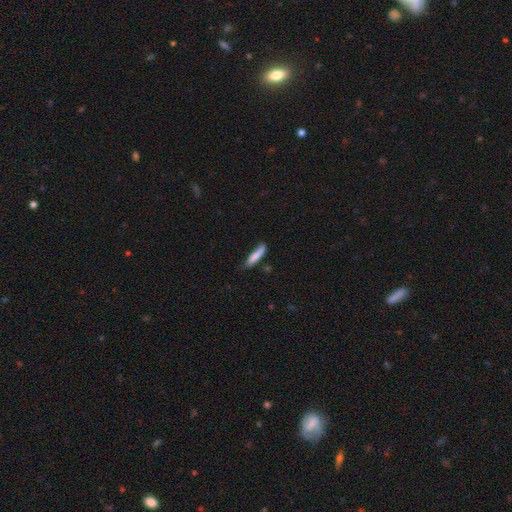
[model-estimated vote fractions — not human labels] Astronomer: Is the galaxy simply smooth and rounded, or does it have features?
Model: smooth — 81%.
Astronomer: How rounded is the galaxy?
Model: cigar-shaped — 86%.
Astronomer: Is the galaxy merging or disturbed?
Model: none — 66%.